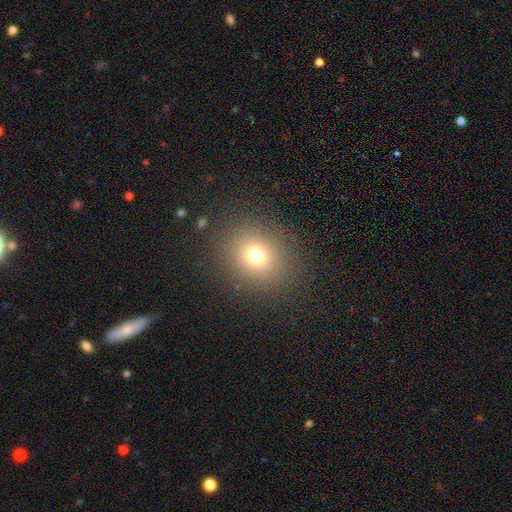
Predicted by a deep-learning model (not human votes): The model was most divided on "how rounded": round: 71%, in between: 28%, cigar-shaped: 1%. More confident: merging — none (87%); smooth or featured — smooth (72%).